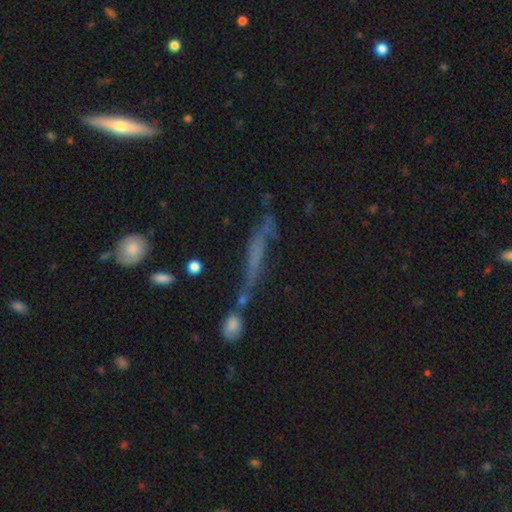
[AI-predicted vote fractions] The model was most divided on "smooth or featured": featured or disk: 45%, smooth: 37%, star or artifact: 18%. Remaining: merging — none (44%).